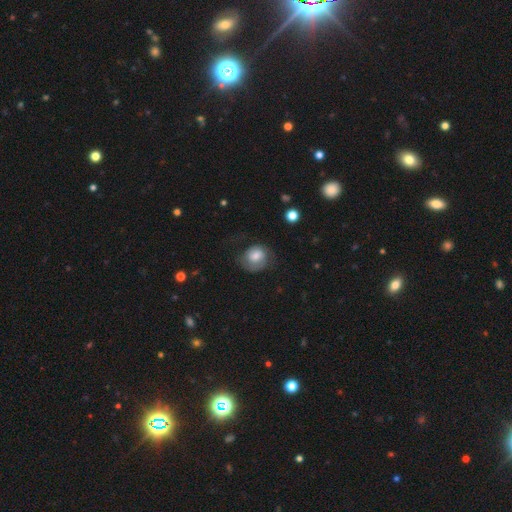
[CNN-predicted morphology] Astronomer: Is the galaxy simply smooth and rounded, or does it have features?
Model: smooth — 55% (runner-up: featured or disk, 37%).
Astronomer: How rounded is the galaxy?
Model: round — 67%.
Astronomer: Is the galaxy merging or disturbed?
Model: none — 53%.